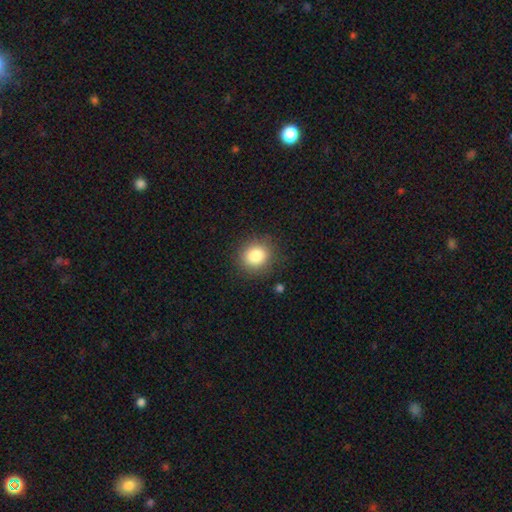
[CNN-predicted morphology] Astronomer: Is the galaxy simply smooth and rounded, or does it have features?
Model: smooth — 83%.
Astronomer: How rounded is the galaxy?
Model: round — 86%.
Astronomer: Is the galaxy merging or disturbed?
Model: none — 87%.